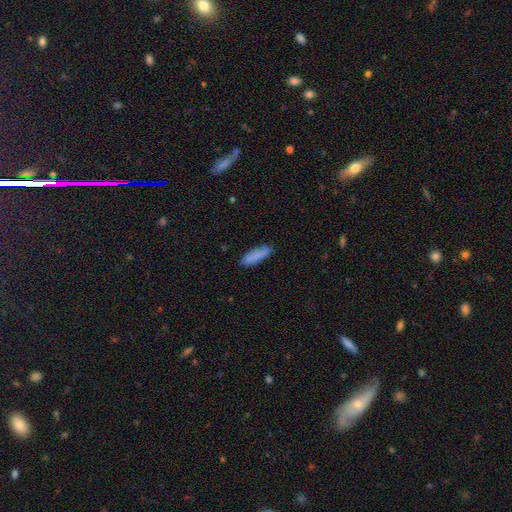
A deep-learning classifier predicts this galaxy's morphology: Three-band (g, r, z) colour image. It shows a smooth galaxy with no disk features (84%) that is cigar-shaped (62%). Merging: none (80%).